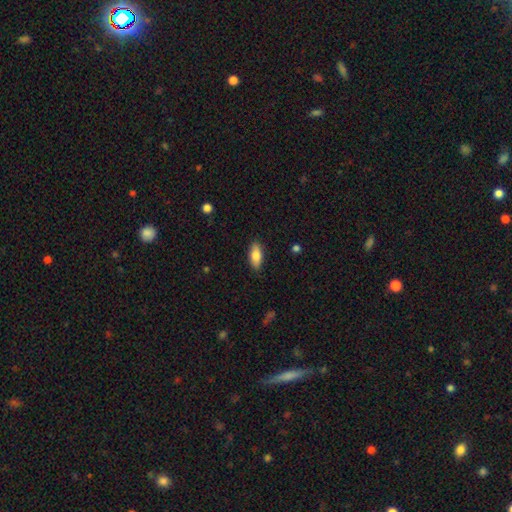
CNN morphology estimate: Smooth or featured? Predicted: smooth (p=0.79). How rounded? Predicted: in between (p=0.83). Merging? Predicted: none (p=0.88).